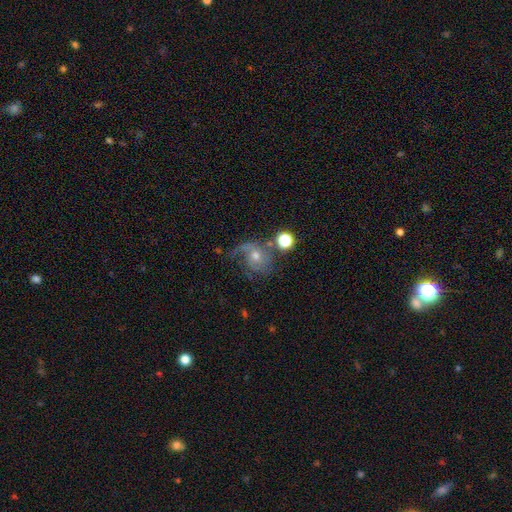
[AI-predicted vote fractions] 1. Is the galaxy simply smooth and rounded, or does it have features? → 70% featured or disk, 17% smooth, 12% star or artifact.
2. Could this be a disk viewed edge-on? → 97% no, 3% yes.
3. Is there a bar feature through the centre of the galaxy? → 74% no, 22% weak, 4% strong.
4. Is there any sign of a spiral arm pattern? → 91% yes, 9% no.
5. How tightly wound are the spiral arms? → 40% medium, 34% loose, 26% tight.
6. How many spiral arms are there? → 36% 2, 35% 1, 15% can't tell, 8% 3, 3% 4, 3% more than 4.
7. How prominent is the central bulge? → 50% moderate, 44% small, 3% large, 2% none, 1% dominant.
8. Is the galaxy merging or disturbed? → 48% none, 24% major disturbance, 20% minor disturbance, 8% merger.